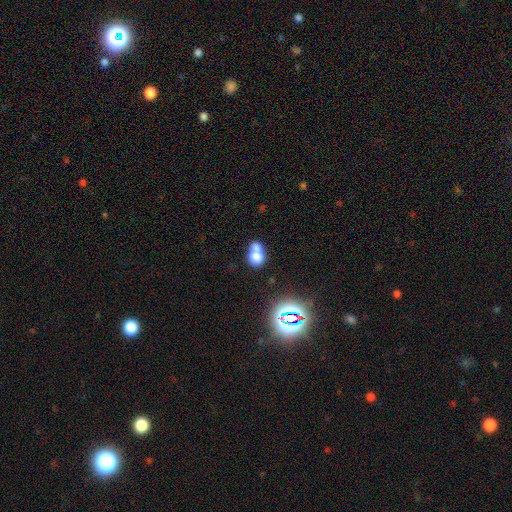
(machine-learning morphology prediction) smooth_or_featured: smooth (p=0.67) [alt: featured or disk p=0.18]
how_rounded: in between (p=0.58) [alt: round p=0.39]
merging: merger (p=0.54) [alt: none p=0.27]